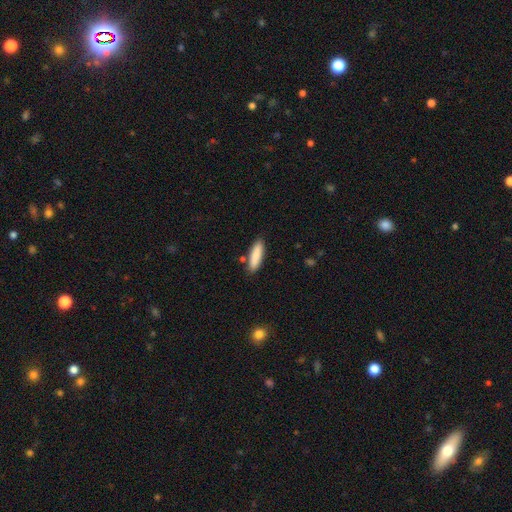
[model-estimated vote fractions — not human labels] This is clearly a smooth galaxy (85%). How rounded: possibly cigar-shaped (58%). Merging: clearly none (84%).